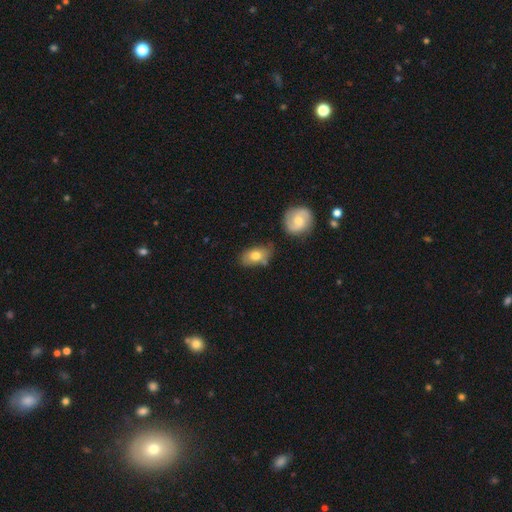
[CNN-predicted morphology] smooth 71%, featured or disk 21%, star or artifact 7%. Down the decision tree: how rounded — in between (87%); merging — none (61%).